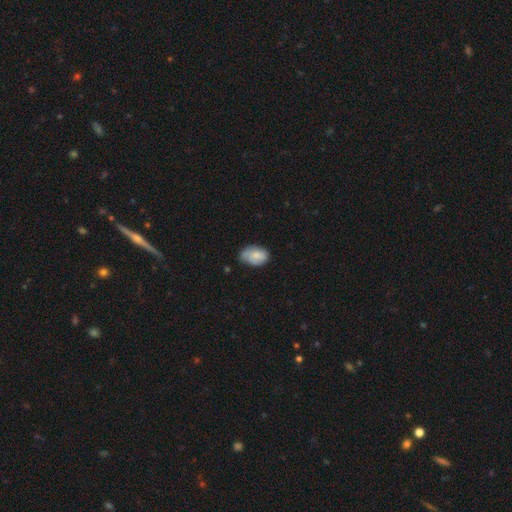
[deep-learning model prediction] Smooth or featured?
  - smooth: 75% *
  - featured or disk: 18%
  - star or artifact: 7%
How rounded?
  - in between: 86% *
  - round: 13%
  - cigar-shaped: 1%
Merging?
  - none: 48% *
  - minor disturbance: 40%
  - major disturbance: 10%
  - merger: 3%